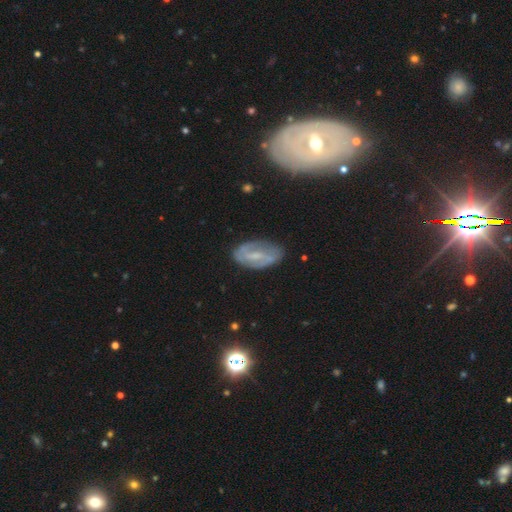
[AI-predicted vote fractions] This is likely a featured or disk galaxy (67%). It is clearly not viewed edge-on (94%). Bar: possibly weak (48%). Spiral arm pattern: likely yes (74%). Central bulge: possibly small (54%). Merging: likely none (73%).